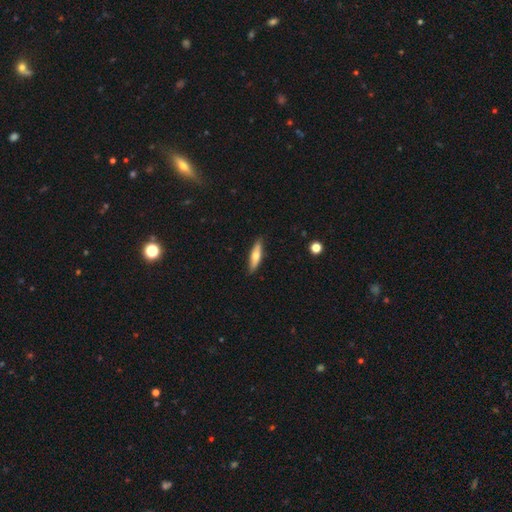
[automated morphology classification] Smooth or featured? smooth (57%)
How rounded? cigar-shaped (70%)
Merging? none (87%)